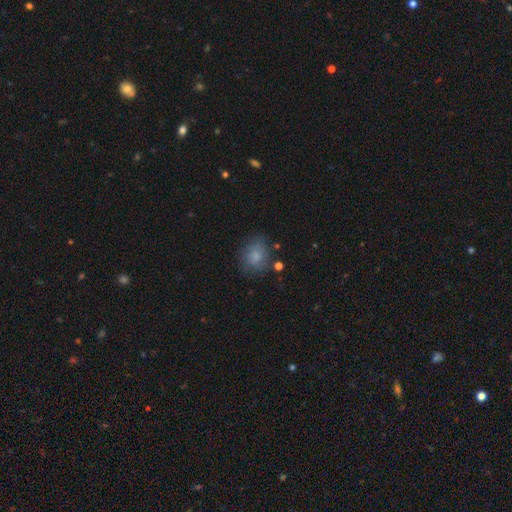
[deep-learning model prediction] Overall: smooth (78%). How rounded: round (61%; in between 38%). Merging: none (69%).